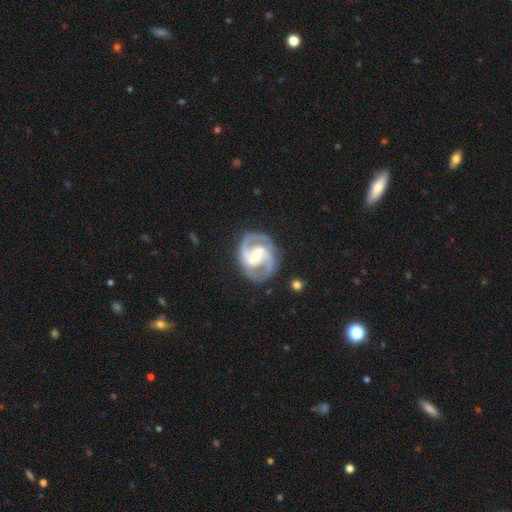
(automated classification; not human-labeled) featured or disk 91%, smooth 5%, star or artifact 4%. Down the decision tree: edge-on disk — no (98%); bar — weak (46%); spiral arms — yes (98%); spiral arm count — 2 (88%); spiral winding — medium (56%); bulge size — small (47%); merging — none (77%).